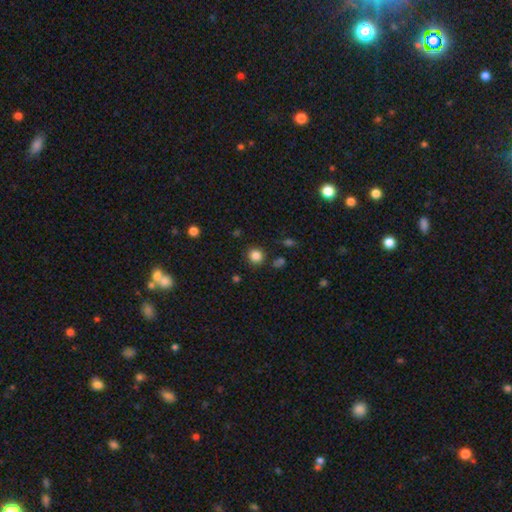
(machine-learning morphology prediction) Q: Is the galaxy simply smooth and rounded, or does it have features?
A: smooth — 84%.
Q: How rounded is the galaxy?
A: round — 91%.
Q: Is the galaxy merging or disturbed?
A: none — 87%.